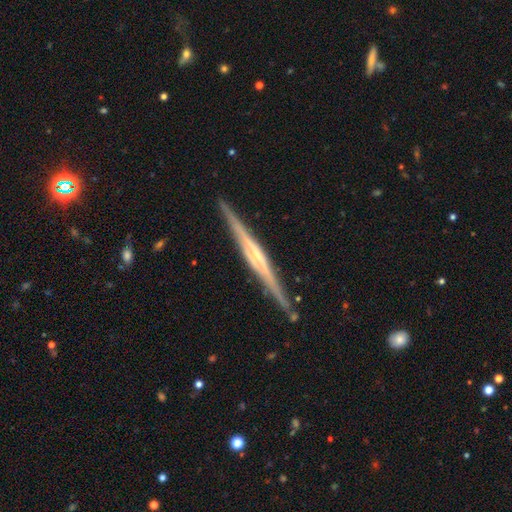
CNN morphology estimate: The model was most divided on "edge-on bulge": rounded: 55%, boxy: 25%, none: 20%. More confident: edge-on disk — yes (98%); merging — none (90%); smooth or featured — featured or disk (85%).